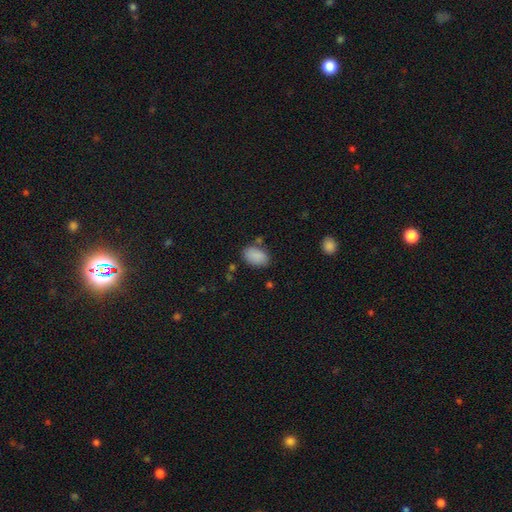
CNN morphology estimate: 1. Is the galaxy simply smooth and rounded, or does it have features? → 88% smooth, 7% star or artifact, 5% featured or disk.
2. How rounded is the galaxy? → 90% in between, 9% round, 1% cigar-shaped.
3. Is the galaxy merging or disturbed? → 75% none, 16% minor disturbance, 5% merger, 4% major disturbance.